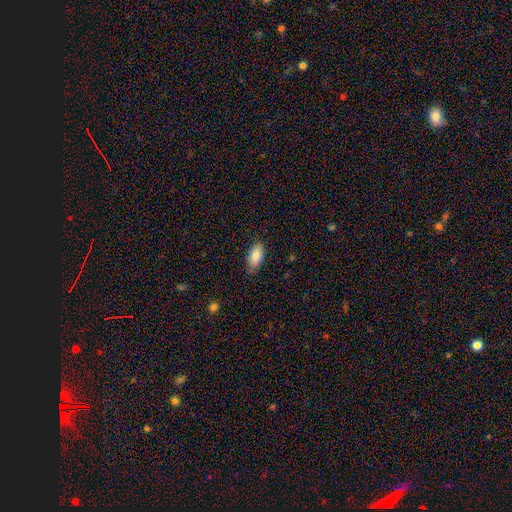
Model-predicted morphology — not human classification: type=smooth (83%); roundness=in between (90%); merging=none (80%).